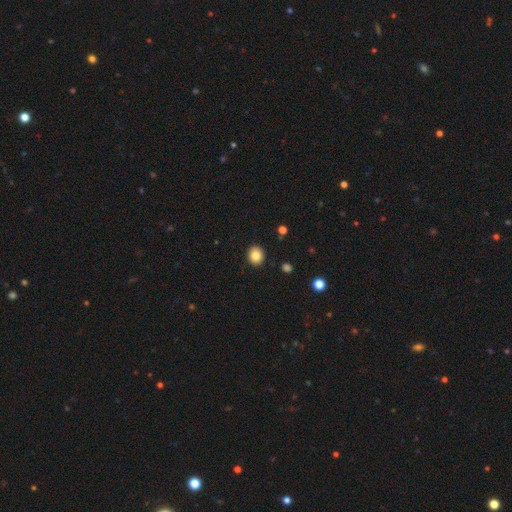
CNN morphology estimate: The model was most divided on "how rounded": round: 75%, in between: 24%, cigar-shaped: 1%. More confident: merging — none (90%); smooth or featured — smooth (83%).